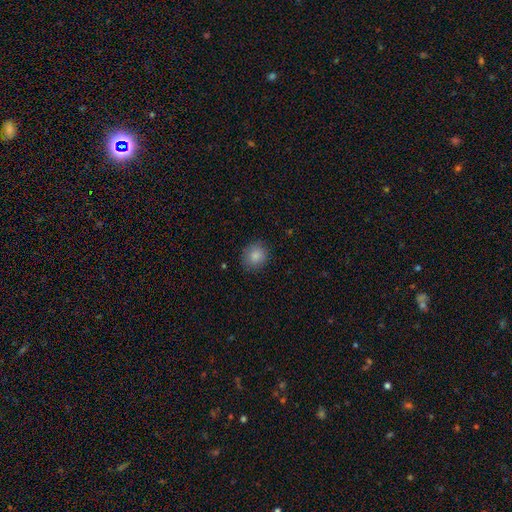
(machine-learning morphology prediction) The model was most divided on "how rounded": round: 81%, in between: 18%, cigar-shaped: 1%. More confident: merging — none (86%); smooth or featured — smooth (86%).